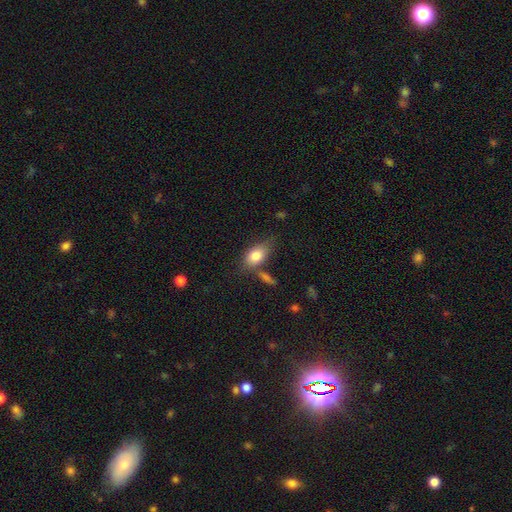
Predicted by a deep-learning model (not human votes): smooth-or-featured: smooth: 81% | featured or disk: 11% | star or artifact: 8%
  how-rounded: in between: 86% | round: 10% | cigar-shaped: 4%
  merging: none: 59% | minor disturbance: 22% | merger: 13% | major disturbance: 7%